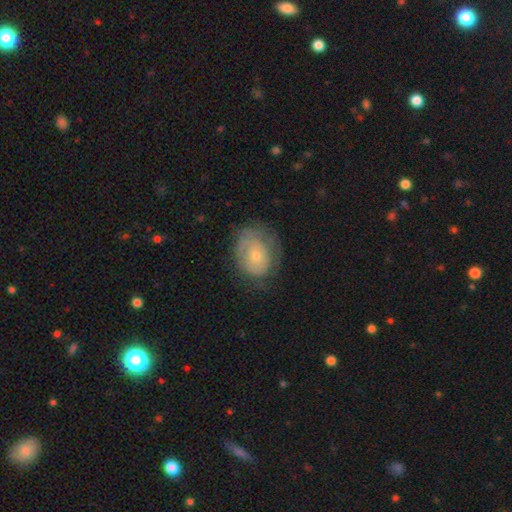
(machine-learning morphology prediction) This is possibly a featured or disk galaxy (50%). Merging: likely none (60%).